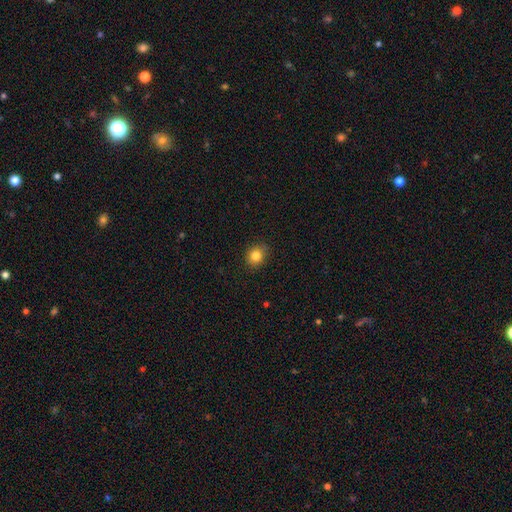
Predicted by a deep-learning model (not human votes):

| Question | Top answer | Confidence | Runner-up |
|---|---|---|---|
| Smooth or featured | smooth | 83% | star or artifact (11%) |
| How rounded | round | 77% | in between (23%) |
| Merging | none | 86% | minor disturbance (11%) |